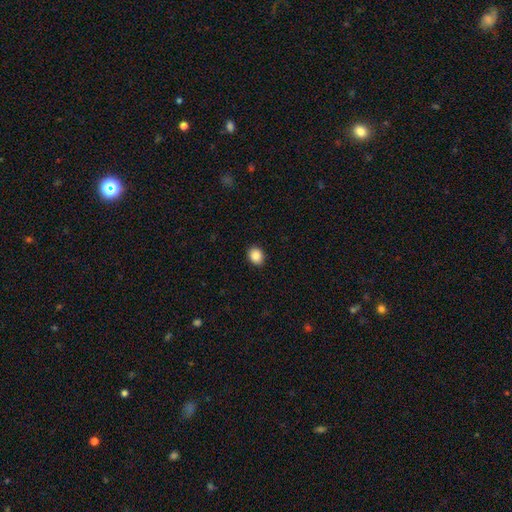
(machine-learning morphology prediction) A smooth galaxy with no disk features (88%) that is round (58%). Merging: none (91%).